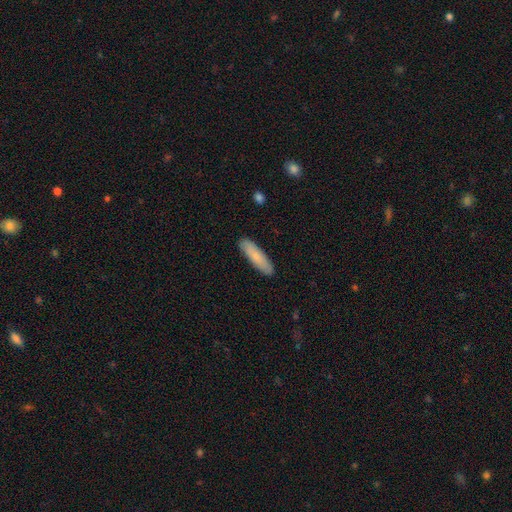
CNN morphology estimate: smooth-or-featured: smooth: 80% | featured or disk: 14% | star or artifact: 6%
  how-rounded: cigar-shaped: 68% | in between: 30% | round: 1%
  merging: none: 90% | minor disturbance: 8% | major disturbance: 1% | merger: 1%